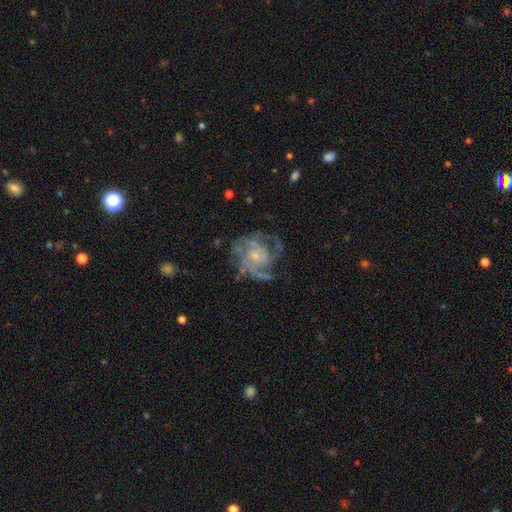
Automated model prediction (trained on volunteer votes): Smooth or featured? Predicted: featured or disk (p=0.84). Edge-on disk? Predicted: no (p=0.98). Bar? Predicted: no (p=0.69). Spiral arms? Predicted: yes (p=0.90). Spiral winding? Predicted: medium (p=0.45). Spiral arm count? Predicted: 3 (p=0.30). Bulge size? Predicted: small (p=0.63). Merging? Predicted: none (p=0.57).